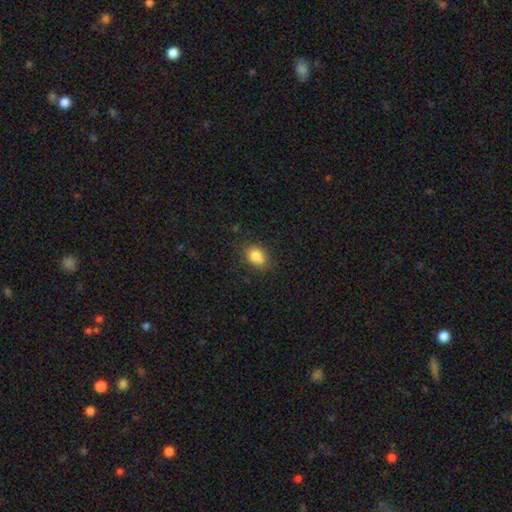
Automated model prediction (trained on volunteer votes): A smooth galaxy with no disk features (83%) that is in between round and cigar-shaped (72%). Merging: none (77%).